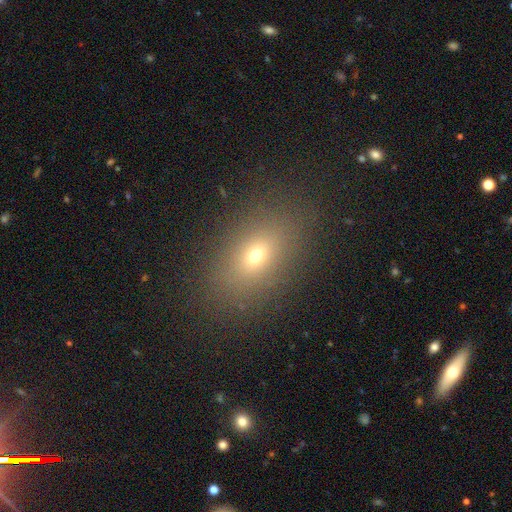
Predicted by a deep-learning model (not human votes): This appears to be a smooth galaxy with no disk features (66%) that is in between round and cigar-shaped (78%). Merging: none (85%).